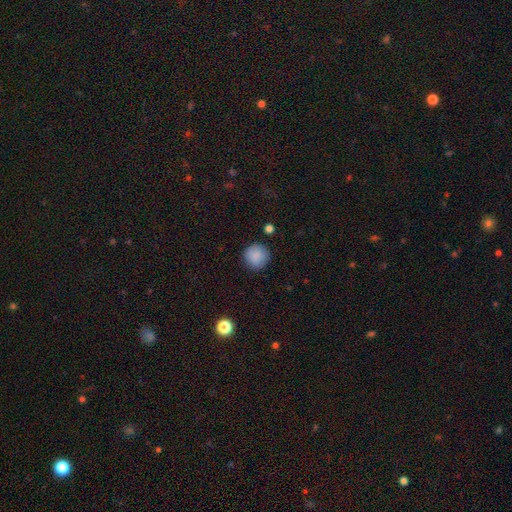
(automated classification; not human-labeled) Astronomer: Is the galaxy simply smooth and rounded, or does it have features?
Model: smooth — 87%.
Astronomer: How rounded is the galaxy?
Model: round — 94%.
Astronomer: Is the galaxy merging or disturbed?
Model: none — 87%.